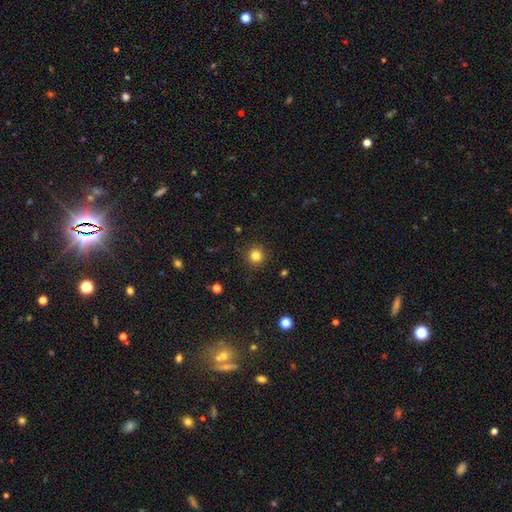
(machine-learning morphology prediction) Smooth or featured? Predicted: smooth (p=0.82). How rounded? Predicted: round (p=0.95). Merging? Predicted: none (p=0.91).